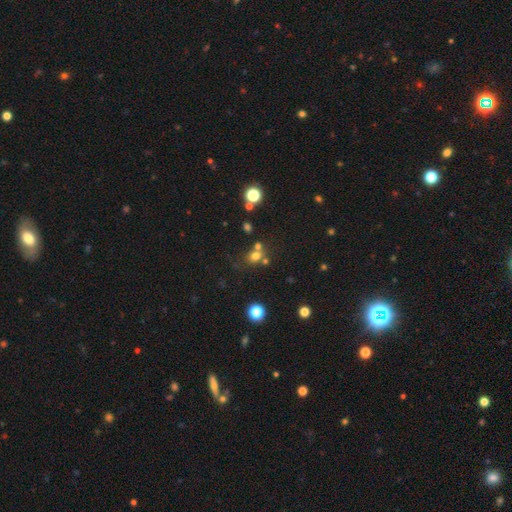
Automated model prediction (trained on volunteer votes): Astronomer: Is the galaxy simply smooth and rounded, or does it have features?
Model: smooth — 68%.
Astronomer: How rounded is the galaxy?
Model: round — 75%.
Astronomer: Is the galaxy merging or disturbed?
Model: none — 51% (runner-up: merger, 33%).